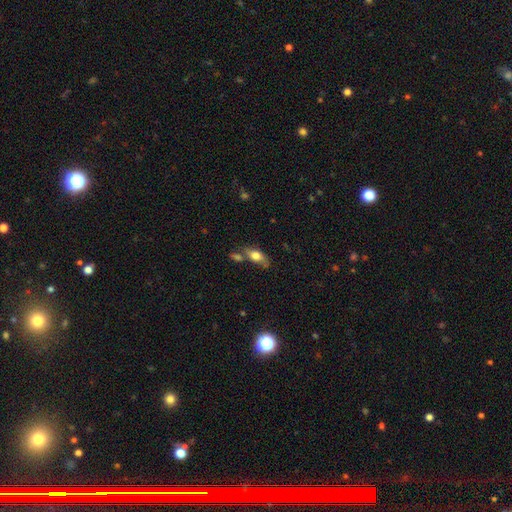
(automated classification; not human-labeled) Overall: smooth (71%). How rounded: in between (80%). Merging: none (51%; merger 23%).